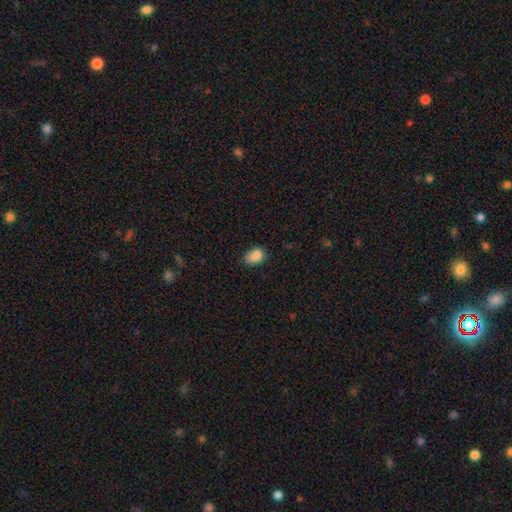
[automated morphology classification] smooth 87%, star or artifact 9%, featured or disk 4%. Down the decision tree: how rounded — in between (79%); merging — none (69%).